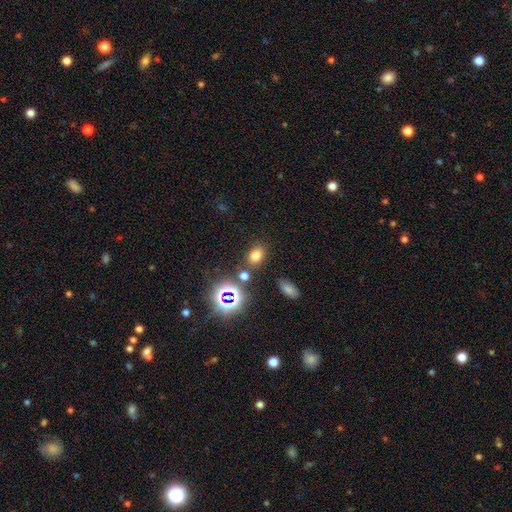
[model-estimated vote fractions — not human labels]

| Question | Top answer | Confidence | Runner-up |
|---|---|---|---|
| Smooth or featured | smooth | 70% | star or artifact (22%) |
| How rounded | in between | 68% | round (31%) |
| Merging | none | 79% | minor disturbance (10%) |